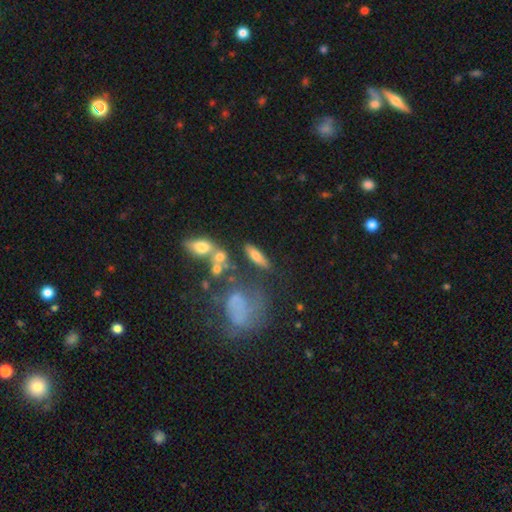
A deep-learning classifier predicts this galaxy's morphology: This appears to be a smooth galaxy with no disk features (65%) that is cigar-shaped (49%). Merging: none (67%).